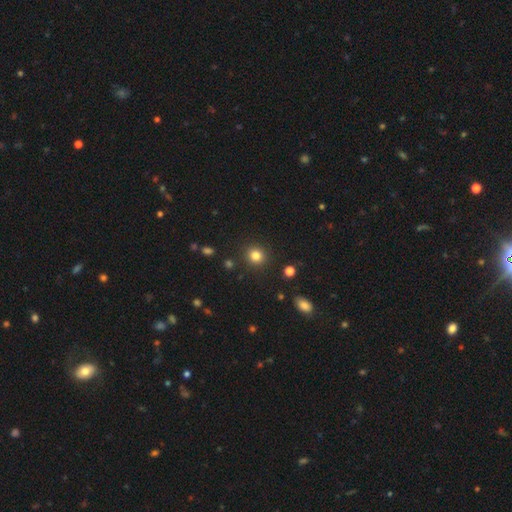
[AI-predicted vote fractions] Smooth or featured? Predicted: smooth (p=0.82). How rounded? Predicted: round (p=0.89). Merging? Predicted: none (p=0.90).